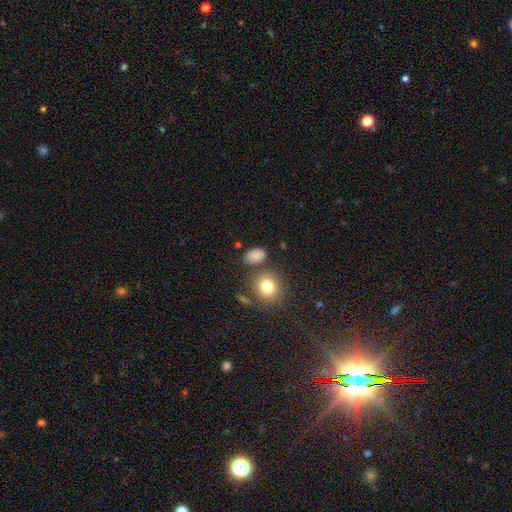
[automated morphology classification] A smooth galaxy with no disk features (83%) that is in between round and cigar-shaped (76%). Merging: none (73%).